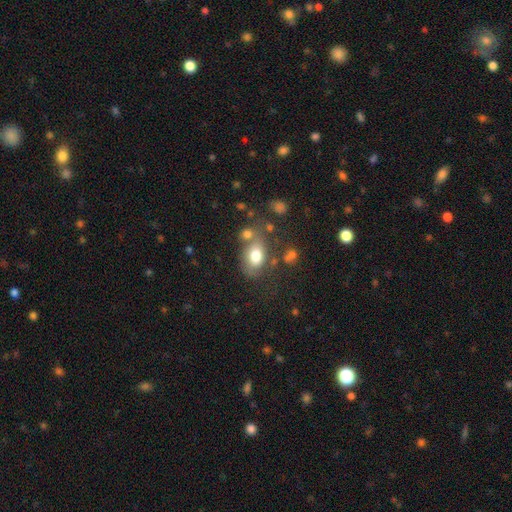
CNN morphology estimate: The model was most divided on "merging": none: 51%, minor disturbance: 20%, merger: 19%, major disturbance: 11%. More confident: how rounded — in between (78%); smooth or featured — smooth (73%).